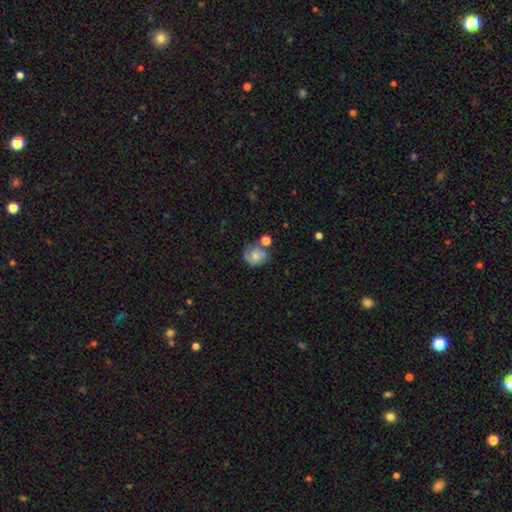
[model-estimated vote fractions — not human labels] Morphology: type=smooth (60%); roundness=round (69%); merging=none (48%).